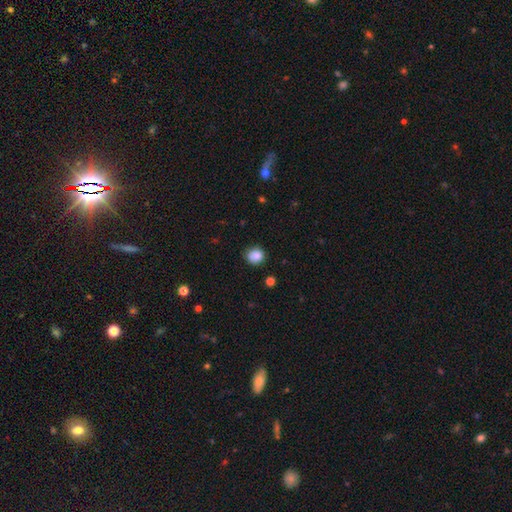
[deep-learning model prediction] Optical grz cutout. It shows a smooth galaxy with no disk features (86%) that is round (84%). Merging: none (76%).